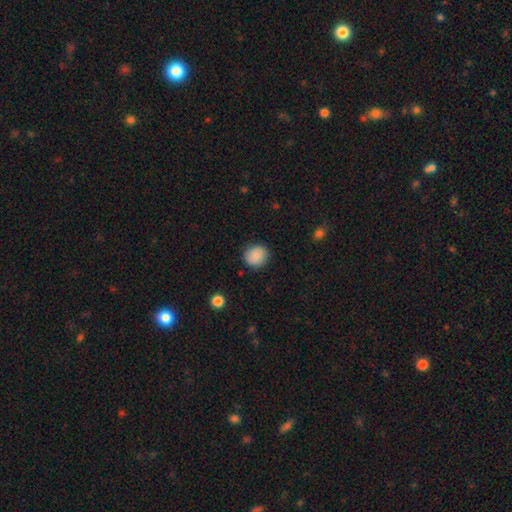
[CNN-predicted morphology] smooth-or-featured: smooth: 87% | star or artifact: 8% | featured or disk: 5%
  how-rounded: round: 81% | in between: 18% | cigar-shaped: 1%
  merging: none: 87% | minor disturbance: 10% | major disturbance: 3% | merger: 1%